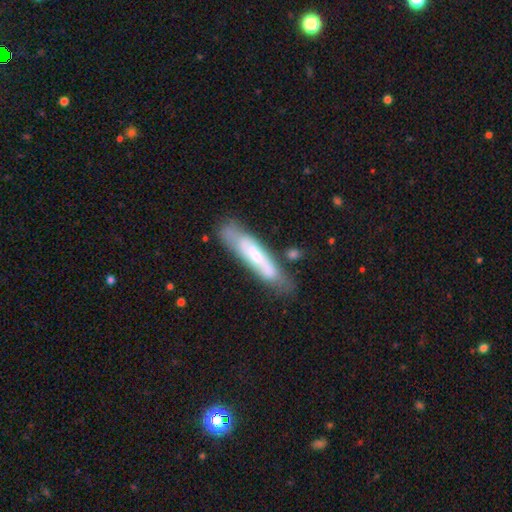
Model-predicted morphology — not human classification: This is possibly a featured or disk galaxy (52%). It is possibly not viewed edge-on (55%). Merging: likely none (65%).